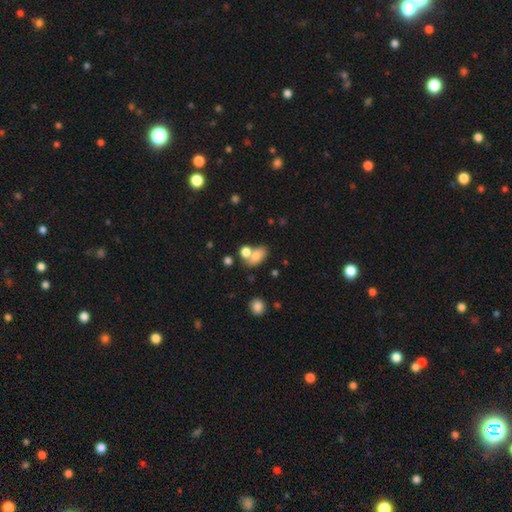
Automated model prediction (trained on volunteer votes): smooth_or_featured: smooth (p=0.78) [alt: featured or disk p=0.11]
how_rounded: in between (p=0.84) [alt: round p=0.13]
merging: none (p=0.43) [alt: merger p=0.38]